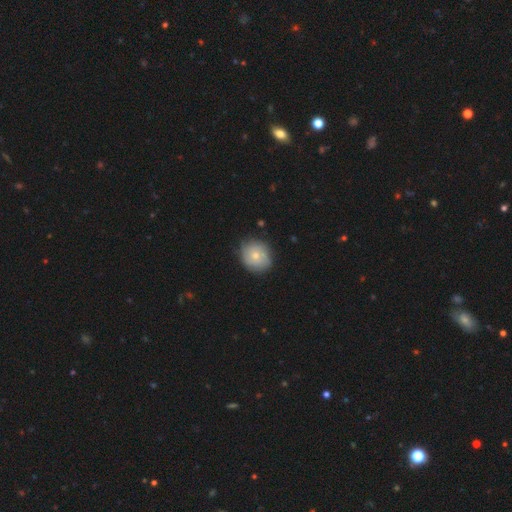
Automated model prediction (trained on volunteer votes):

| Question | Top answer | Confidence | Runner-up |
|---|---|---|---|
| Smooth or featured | smooth | 70% | featured or disk (23%) |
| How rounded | round | 79% | in between (20%) |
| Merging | none | 81% | minor disturbance (15%) |